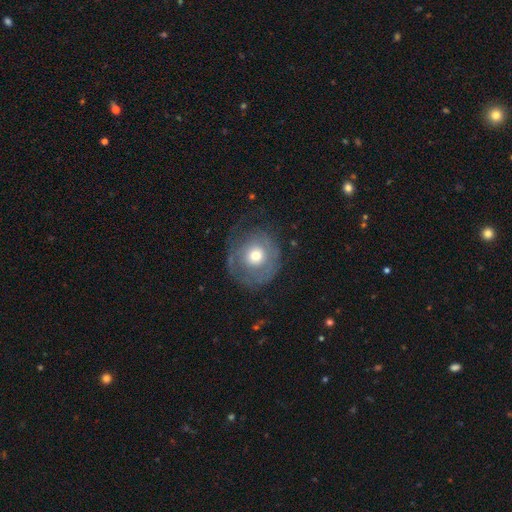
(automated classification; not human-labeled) Morphology: type=smooth (48%); merging=none (55%).